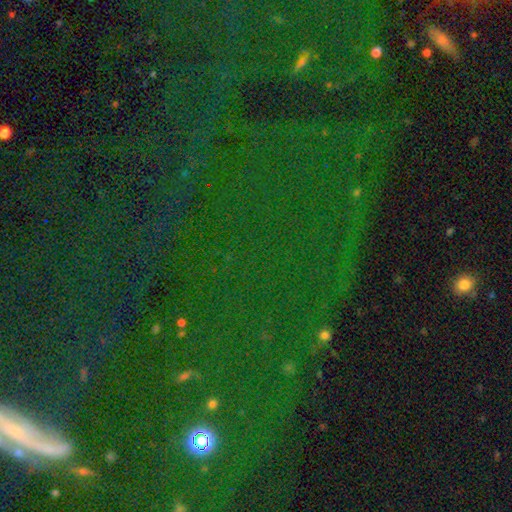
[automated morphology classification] This appears to be a star or artifact, not a galaxy (81%).